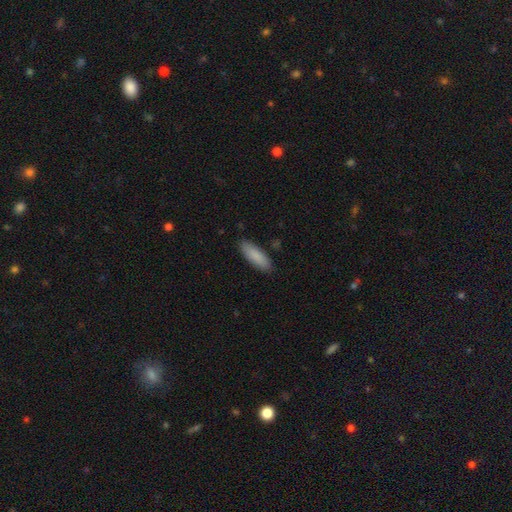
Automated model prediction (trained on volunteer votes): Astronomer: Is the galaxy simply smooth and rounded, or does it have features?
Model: smooth — 87%.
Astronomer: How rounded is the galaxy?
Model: in between — 55% (runner-up: cigar-shaped, 43%).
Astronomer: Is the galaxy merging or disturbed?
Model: none — 87%.